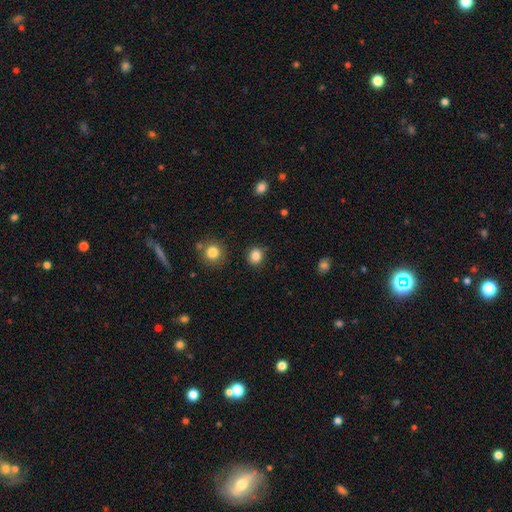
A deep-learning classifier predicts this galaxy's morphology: smooth_or_featured: smooth (p=0.85) [alt: star or artifact p=0.11]
how_rounded: round (p=0.82) [alt: in between p=0.17]
merging: none (p=0.89) [alt: minor disturbance p=0.07]